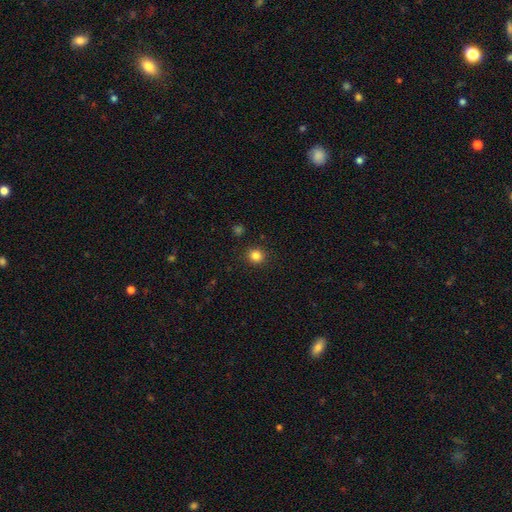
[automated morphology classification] A smooth galaxy with no disk features (84%) that is round (87%).

Vote fractions:
- Smooth or featured? smooth: 84% / star or artifact: 12% / featured or disk: 4%
- How rounded? round: 87% / in between: 12% / cigar-shaped: 1%
- Merging? none: 90% / minor disturbance: 6% / major disturbance: 2% / merger: 1%